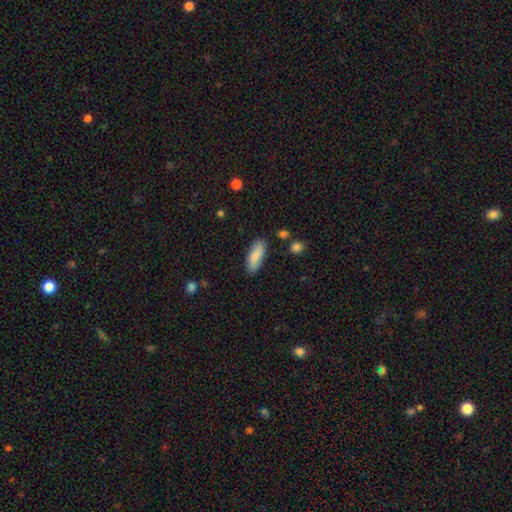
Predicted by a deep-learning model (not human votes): This is clearly a smooth galaxy (84%). How rounded: likely in between (73%). Merging: clearly none (82%).